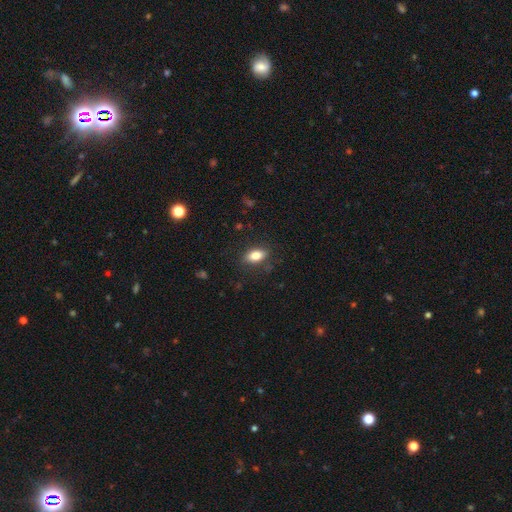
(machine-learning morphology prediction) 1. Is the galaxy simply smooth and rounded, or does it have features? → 82% smooth, 10% featured or disk, 8% star or artifact.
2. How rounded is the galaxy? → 86% in between, 8% round, 6% cigar-shaped.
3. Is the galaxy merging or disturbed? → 83% none, 12% minor disturbance, 3% major disturbance, 1% merger.